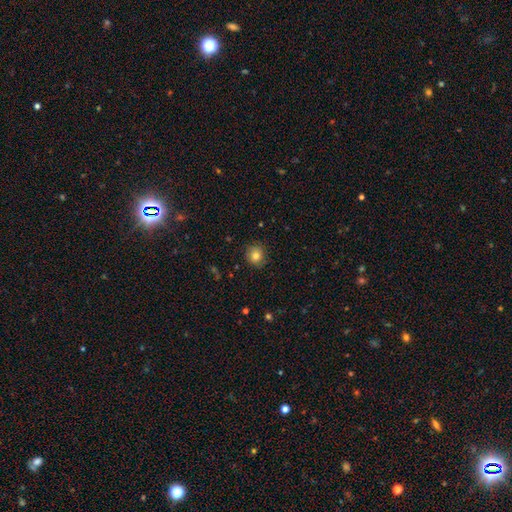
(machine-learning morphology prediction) Smooth or featured? Predicted: smooth (p=0.80). How rounded? Predicted: round (p=0.87). Merging? Predicted: none (p=0.84).